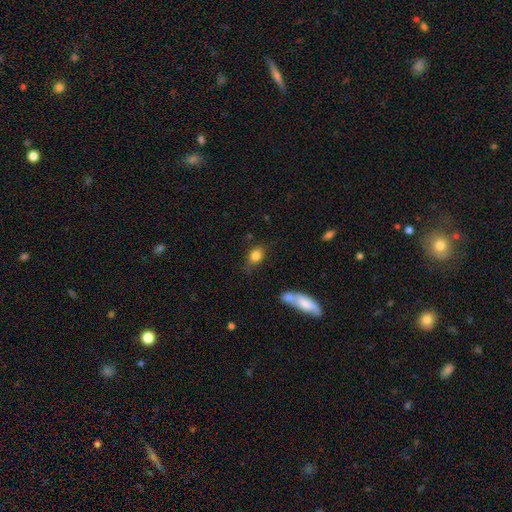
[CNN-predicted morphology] The model was most divided on "how rounded": in between: 67%, round: 30%, cigar-shaped: 3%. More confident: smooth or featured — smooth (82%); merging — none (66%).